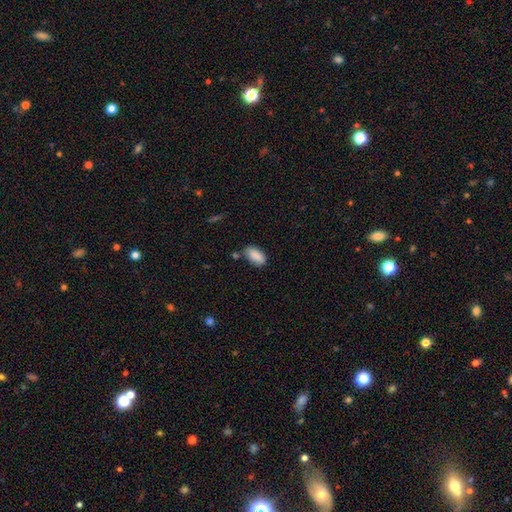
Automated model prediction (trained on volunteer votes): smooth-or-featured: smooth: 88% | star or artifact: 7% | featured or disk: 5%
  how-rounded: in between: 93% | cigar-shaped: 4% | round: 3%
  merging: none: 73% | minor disturbance: 17% | merger: 7% | major disturbance: 3%